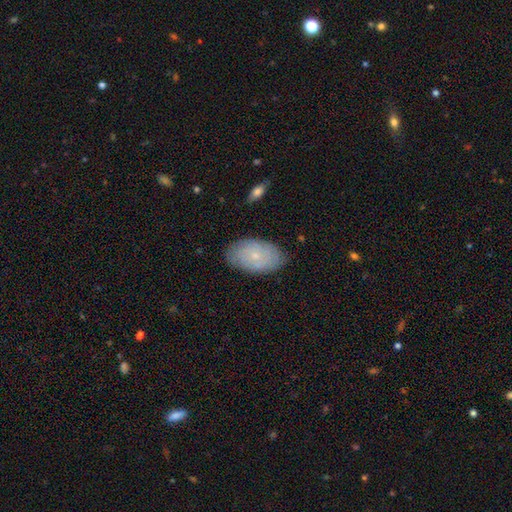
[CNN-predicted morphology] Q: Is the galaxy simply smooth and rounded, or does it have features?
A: smooth — 52%.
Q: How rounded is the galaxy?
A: in between — 92%.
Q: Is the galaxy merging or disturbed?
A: none — 82%.